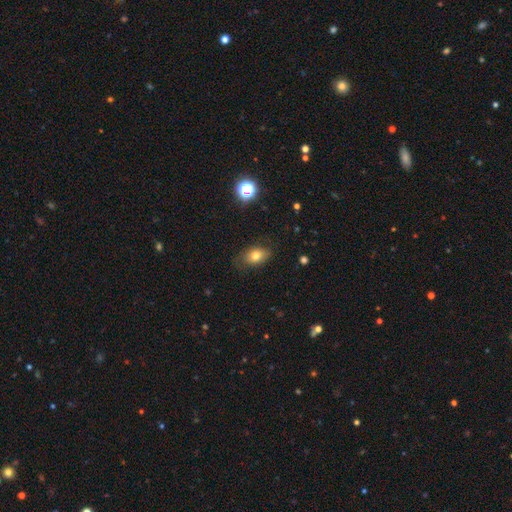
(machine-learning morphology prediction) smooth_or_featured: smooth (p=0.75) [alt: featured or disk p=0.14]
how_rounded: in between (p=0.80) [alt: round p=0.18]
merging: none (p=0.77) [alt: minor disturbance p=0.18]